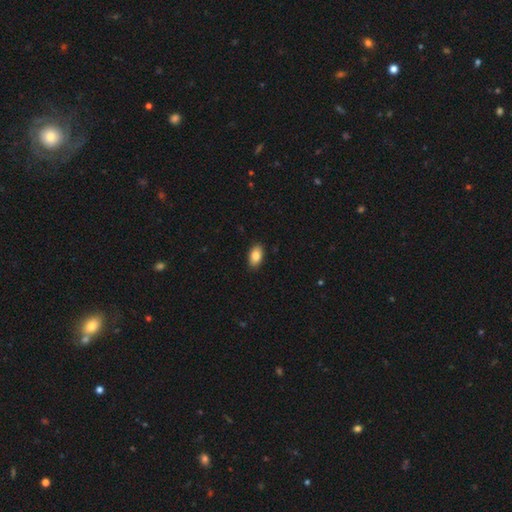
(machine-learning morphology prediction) smooth 85%, star or artifact 7%, featured or disk 7%. Down the decision tree: how rounded — in between (92%); merging — none (89%).